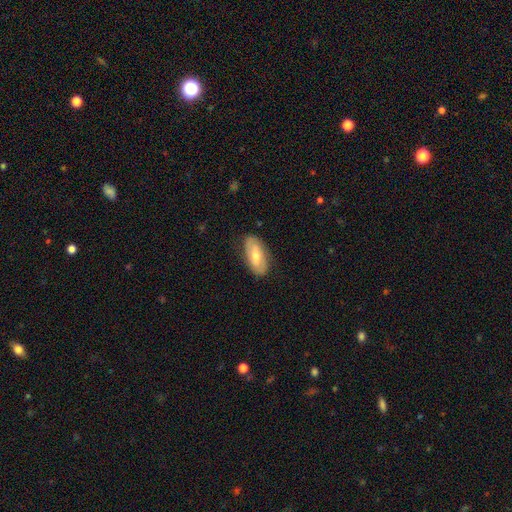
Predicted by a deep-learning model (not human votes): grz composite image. It shows a smooth galaxy with no disk features (56%) that is in between round and cigar-shaped (88%). Merging: none (82%).